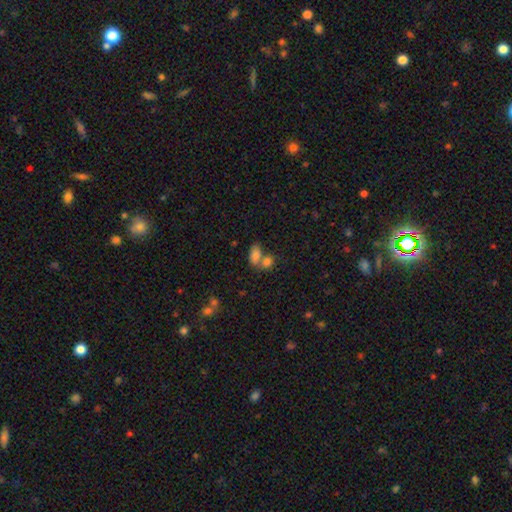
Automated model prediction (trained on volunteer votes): This is likely a smooth galaxy (80%). How rounded: clearly in between (86%). Merging: possibly merger (52%).